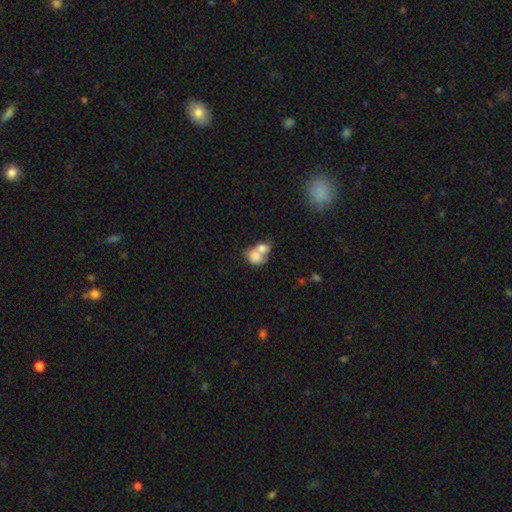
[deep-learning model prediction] Overall: smooth (75%). How rounded: in between (55%; round 44%). Merging: merger (73%).